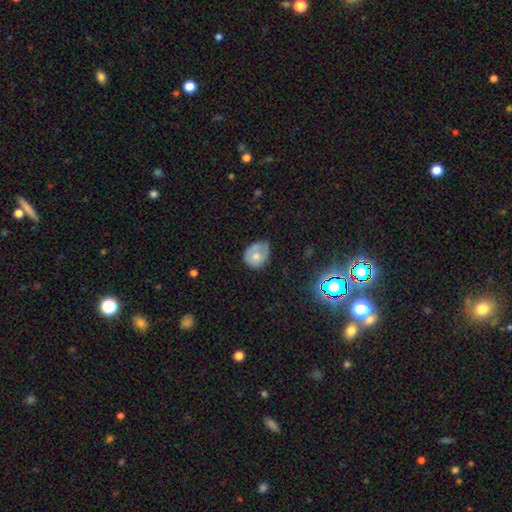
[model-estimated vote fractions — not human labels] A smooth galaxy with no disk features (64%) that is round (60%). Merging: none (45%).